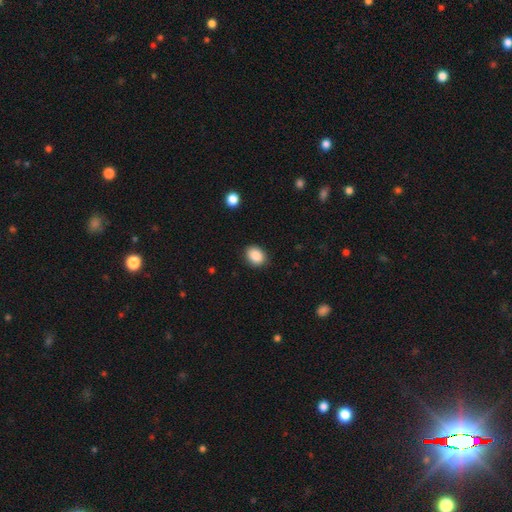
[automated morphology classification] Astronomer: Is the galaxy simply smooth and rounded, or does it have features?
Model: smooth — 88%.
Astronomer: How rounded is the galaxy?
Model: in between — 62%.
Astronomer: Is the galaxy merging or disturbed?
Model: none — 87%.